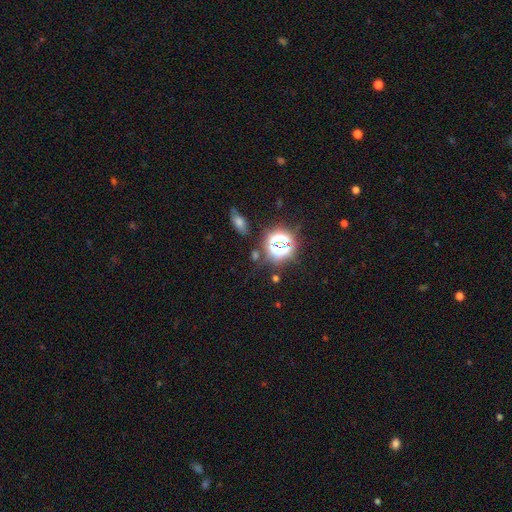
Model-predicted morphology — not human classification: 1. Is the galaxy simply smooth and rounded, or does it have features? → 57% star or artifact, 33% smooth, 10% featured or disk.